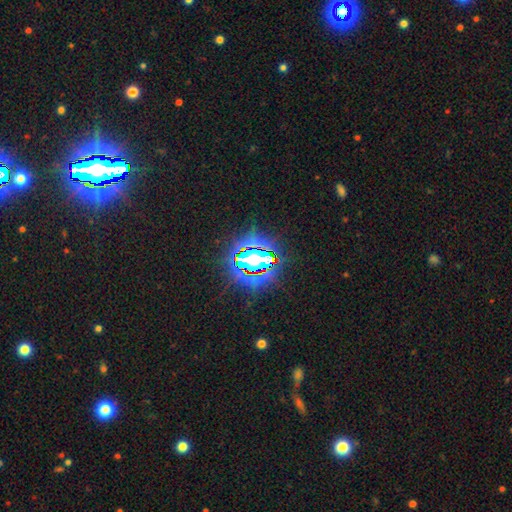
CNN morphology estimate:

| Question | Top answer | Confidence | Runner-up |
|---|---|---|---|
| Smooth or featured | star or artifact | 76% | smooth (13%) |